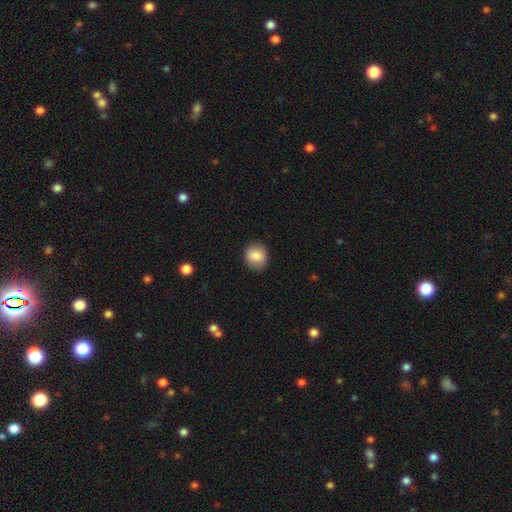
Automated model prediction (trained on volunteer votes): This is clearly a smooth galaxy (84%). How rounded: likely round (71%). Merging: clearly none (86%).